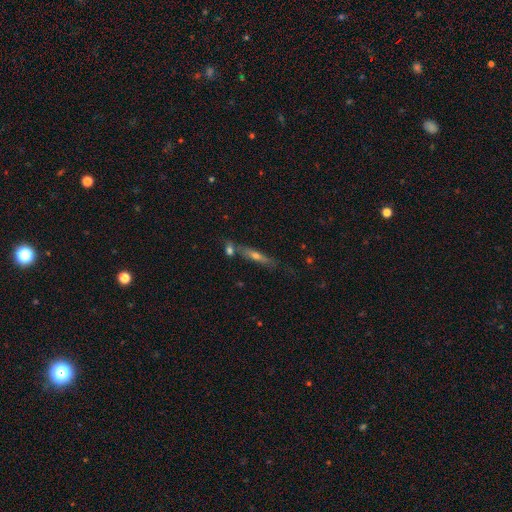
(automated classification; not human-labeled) Smooth or featured? featured or disk (54%)
Edge-on disk? yes (87%)
Merging? none (69%)